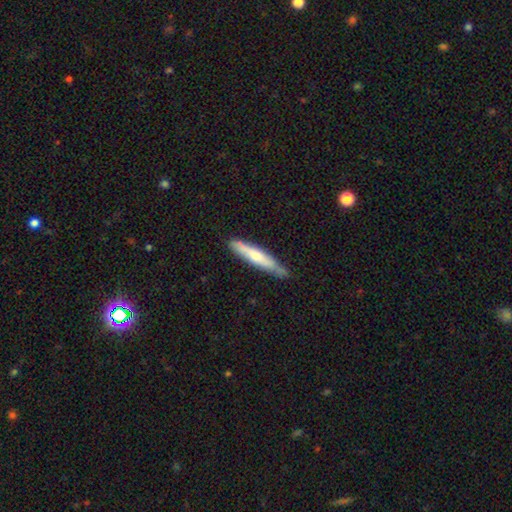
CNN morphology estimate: Smooth or featured?
  - smooth: 56% *
  - featured or disk: 39%
  - star or artifact: 5%
How rounded?
  - cigar-shaped: 90% *
  - in between: 8%
  - round: 1%
Merging?
  - none: 76% *
  - minor disturbance: 19%
  - major disturbance: 3%
  - merger: 2%